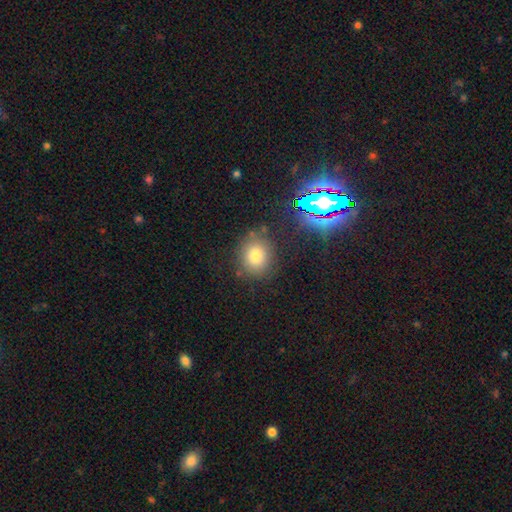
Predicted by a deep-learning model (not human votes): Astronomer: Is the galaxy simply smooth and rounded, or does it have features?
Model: smooth — 77%.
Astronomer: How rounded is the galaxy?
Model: round — 71%.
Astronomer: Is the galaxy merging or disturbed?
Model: none — 80%.